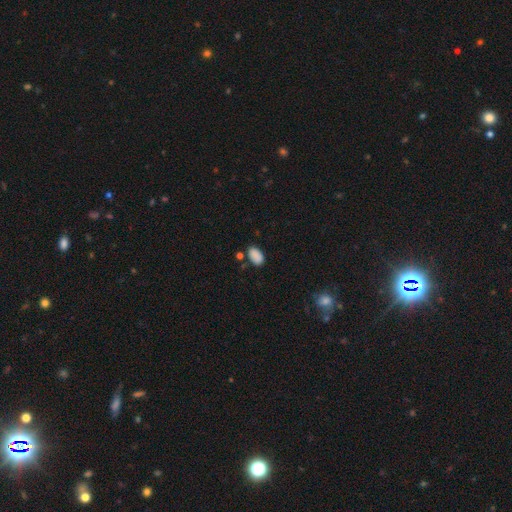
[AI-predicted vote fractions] This is clearly a smooth galaxy (87%). How rounded: clearly in between (92%). Merging: likely none (73%).